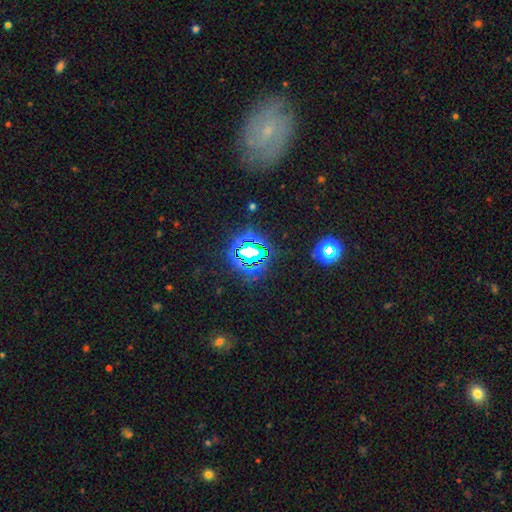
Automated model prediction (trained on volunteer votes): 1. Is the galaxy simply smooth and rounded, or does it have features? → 78% star or artifact, 12% smooth, 10% featured or disk.